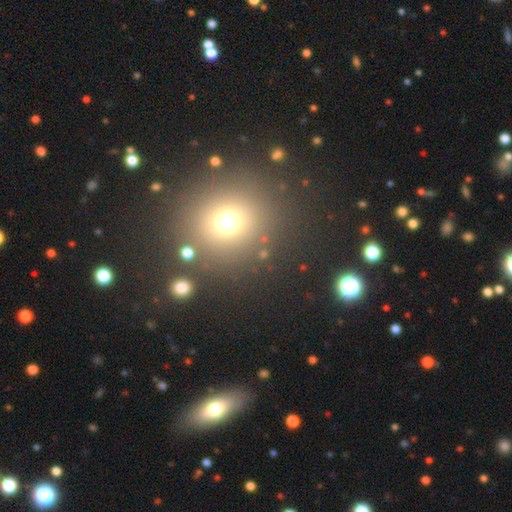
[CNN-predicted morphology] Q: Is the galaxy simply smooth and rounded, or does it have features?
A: smooth — 60%.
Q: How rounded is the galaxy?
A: round — 85%.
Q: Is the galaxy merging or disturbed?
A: none — 84%.